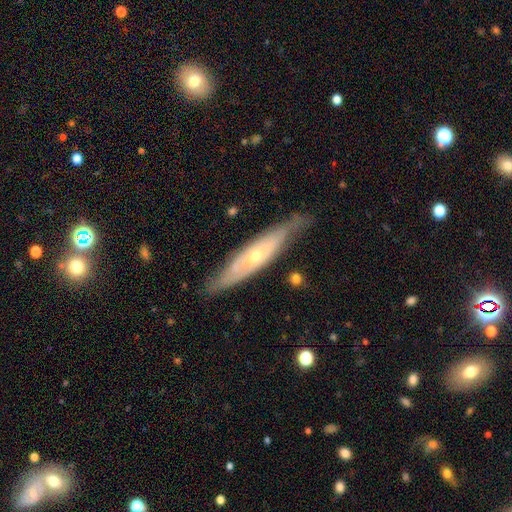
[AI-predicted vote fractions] Overall: featured or disk (67%). Edge-on disk: yes (51%; no 49%). Merging: none (72%).